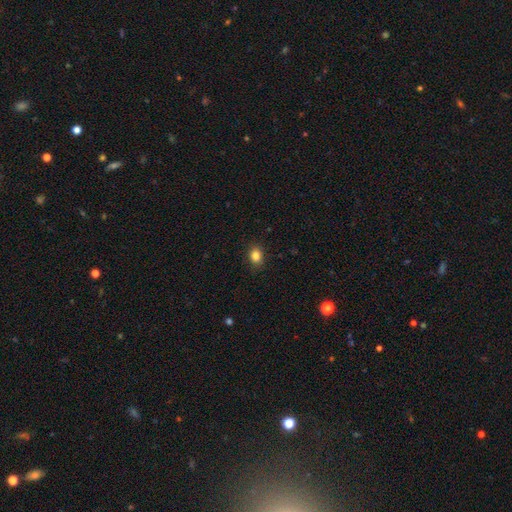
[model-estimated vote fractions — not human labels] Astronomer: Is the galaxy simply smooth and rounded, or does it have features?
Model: smooth — 84%.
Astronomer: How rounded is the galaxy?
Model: in between — 51% (runner-up: round, 48%).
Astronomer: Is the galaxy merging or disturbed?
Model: none — 89%.